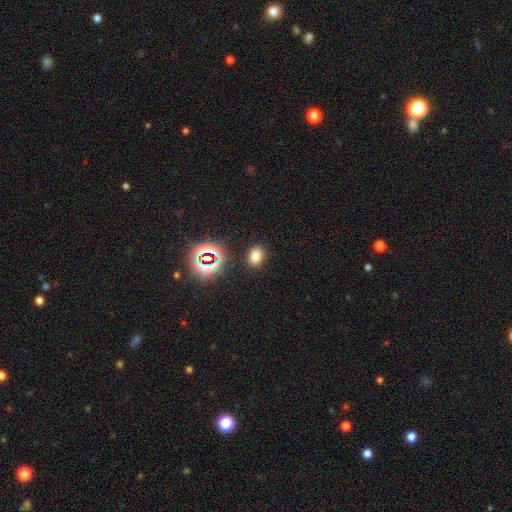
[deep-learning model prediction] Q: Smooth or featured?
A: smooth (72%); runner-up: star or artifact (21%)
Q: How rounded?
A: in between (77%); runner-up: round (22%)
Q: Merging?
A: none (87%); runner-up: minor disturbance (8%)